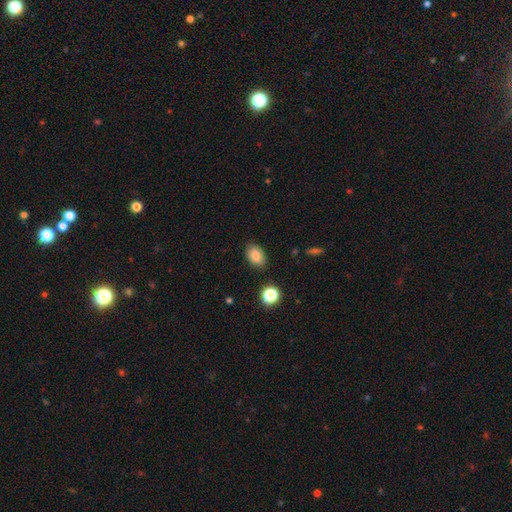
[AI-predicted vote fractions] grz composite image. It shows a smooth galaxy with no disk features (84%) that is in between round and cigar-shaped (85%). Merging: none (83%).